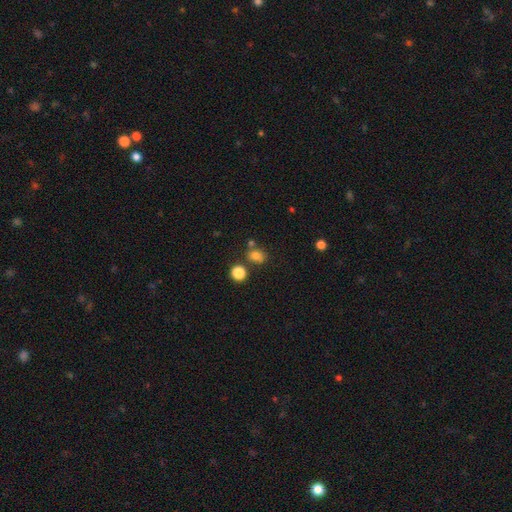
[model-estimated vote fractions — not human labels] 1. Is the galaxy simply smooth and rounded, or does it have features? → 76% smooth, 16% star or artifact, 7% featured or disk.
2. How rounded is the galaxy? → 54% round, 45% in between, 1% cigar-shaped.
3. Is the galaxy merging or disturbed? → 66% none, 15% merger, 14% minor disturbance, 5% major disturbance.